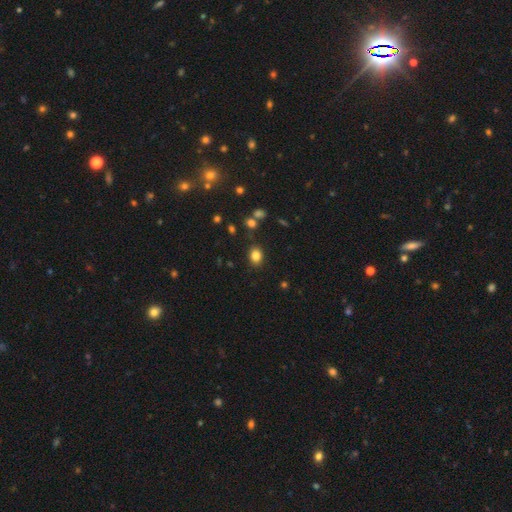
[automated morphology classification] The model was most divided on "how rounded": in between: 53%, round: 46%, cigar-shaped: 1%. More confident: merging — none (85%); smooth or featured — smooth (83%).